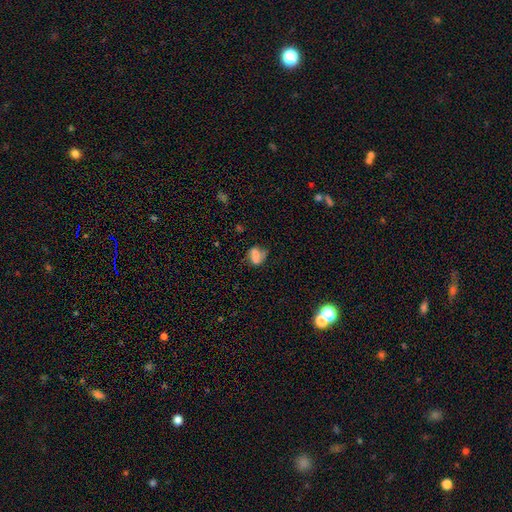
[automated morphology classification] Overall: smooth (55%; featured or disk 34%). How rounded: in between (59%; round 37%). Merging: none (51%; minor disturbance 26%).